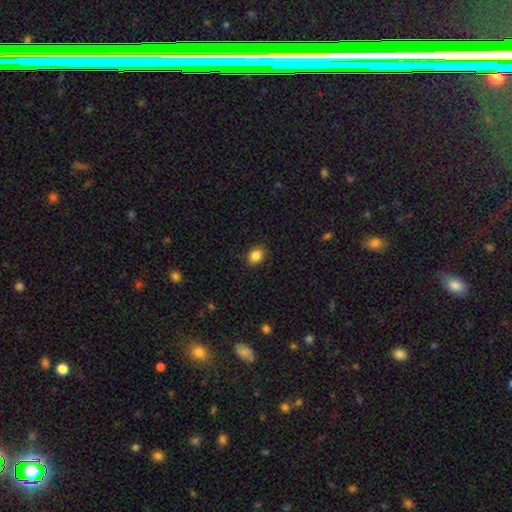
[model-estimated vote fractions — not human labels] smooth-or-featured: smooth: 87% | star or artifact: 9% | featured or disk: 4%
  how-rounded: in between: 50% | round: 49% | cigar-shaped: 1%
  merging: none: 88% | minor disturbance: 9% | major disturbance: 2% | merger: 1%